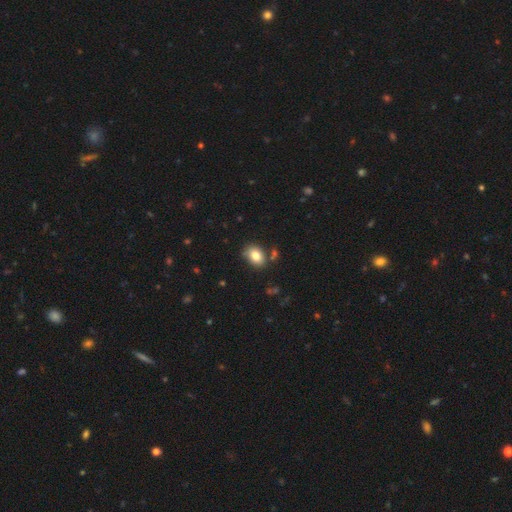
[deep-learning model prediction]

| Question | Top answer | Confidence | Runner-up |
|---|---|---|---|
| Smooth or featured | smooth | 82% | featured or disk (9%) |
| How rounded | in between | 73% | round (26%) |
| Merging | none | 76% | minor disturbance (13%) |